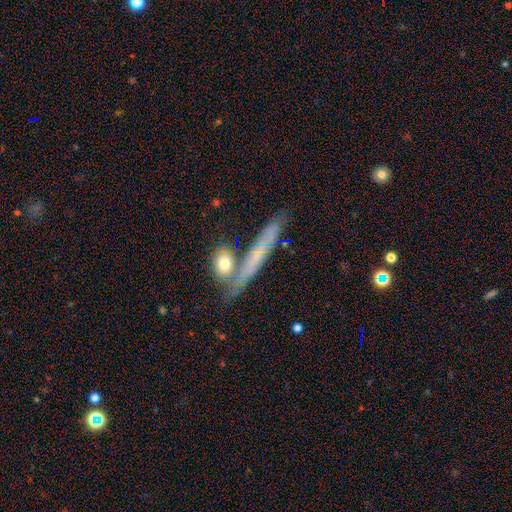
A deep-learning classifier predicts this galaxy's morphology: featured or disk 46%, smooth 45%, star or artifact 9%. Down the decision tree: merging — none (71%).